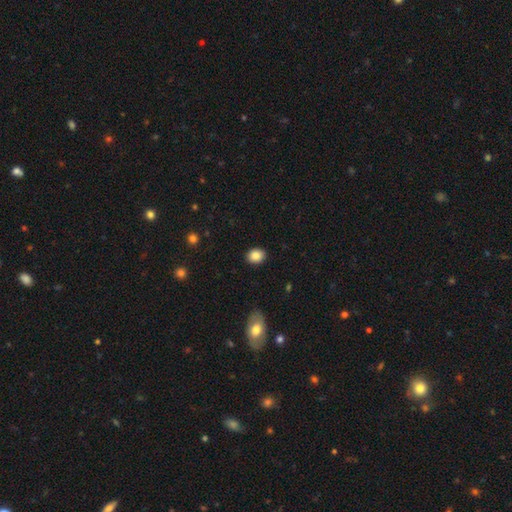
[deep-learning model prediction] Overall: smooth (86%). How rounded: in between (50%; round 49%). Merging: none (89%).